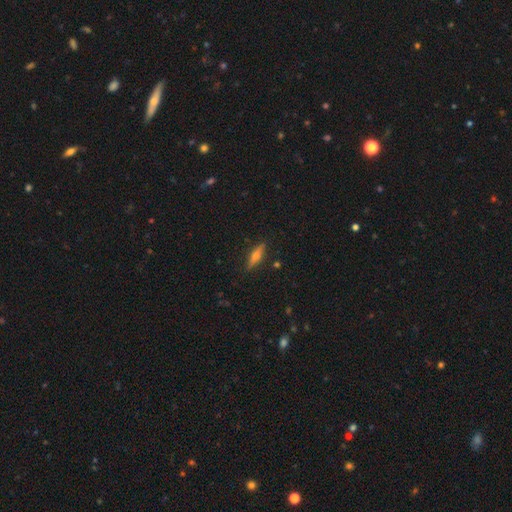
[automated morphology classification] A smooth galaxy with no disk features (47%). Merging: none (87%).